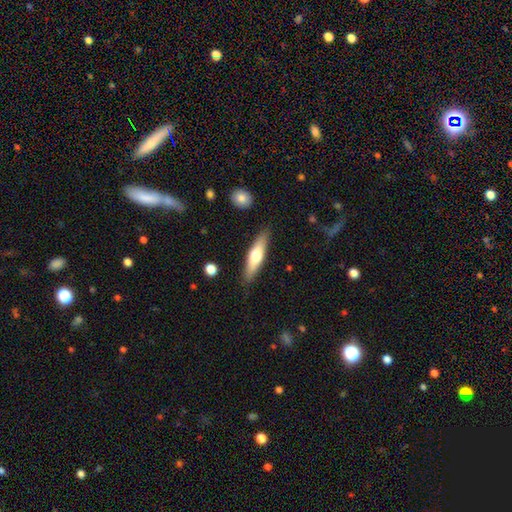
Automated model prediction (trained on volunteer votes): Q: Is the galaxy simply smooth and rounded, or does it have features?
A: smooth — 56%.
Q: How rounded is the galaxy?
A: cigar-shaped — 71%.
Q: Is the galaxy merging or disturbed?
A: none — 86%.